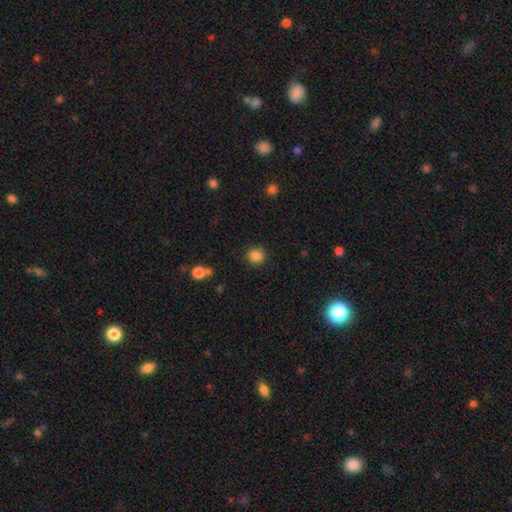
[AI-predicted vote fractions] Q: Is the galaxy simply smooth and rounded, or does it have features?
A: smooth — 86%.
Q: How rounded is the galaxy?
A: round — 86%.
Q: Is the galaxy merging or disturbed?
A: none — 86%.